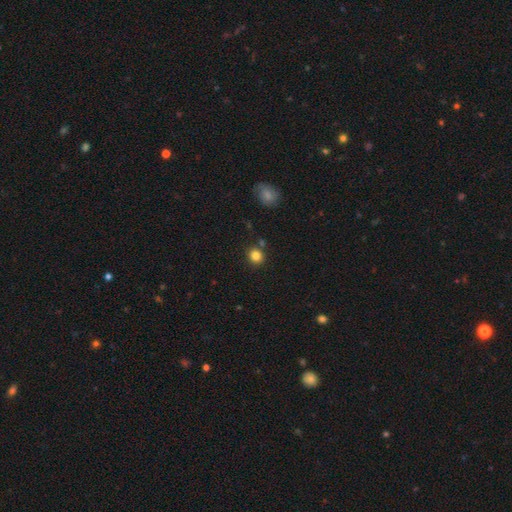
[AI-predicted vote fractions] Smooth or featured? smooth (83%)
How rounded? round (83%)
Merging? none (83%)